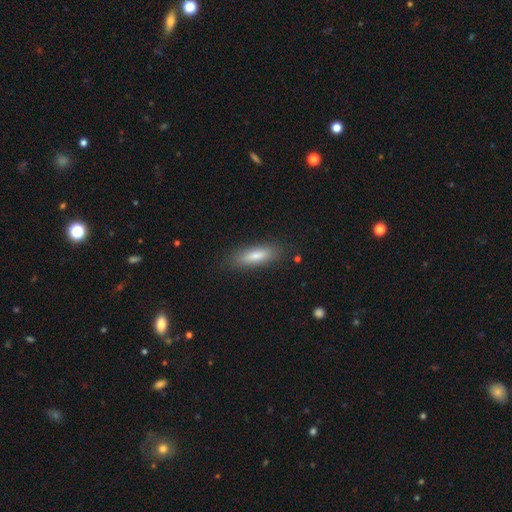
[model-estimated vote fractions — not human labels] smooth-or-featured: smooth: 76% | featured or disk: 17% | star or artifact: 7%
  how-rounded: cigar-shaped: 53% | in between: 45% | round: 2%
  merging: none: 85% | minor disturbance: 10% | major disturbance: 3% | merger: 1%